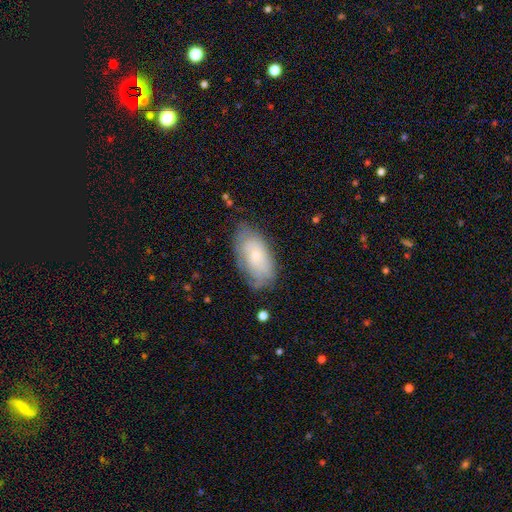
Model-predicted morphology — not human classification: Smooth or featured? Predicted: smooth (p=0.57). How rounded? Predicted: in between (p=0.93). Merging? Predicted: none (p=0.67).